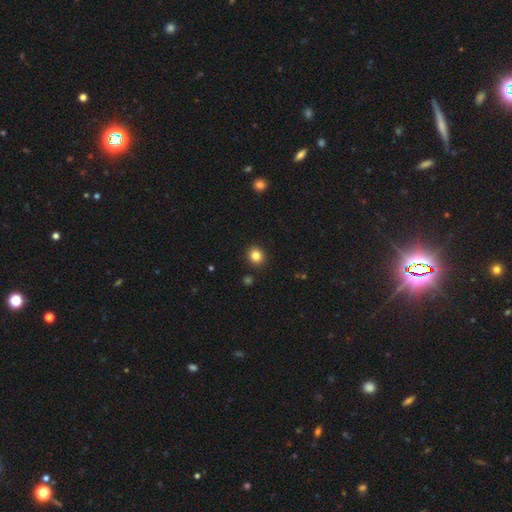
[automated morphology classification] A smooth galaxy with no disk features (84%) that is round (82%). Merging: none (91%).